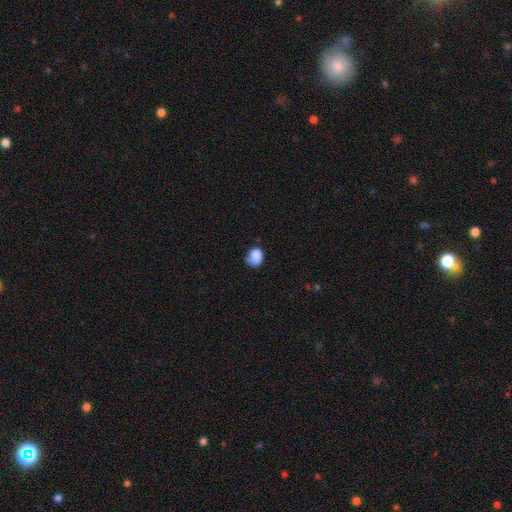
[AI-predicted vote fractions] Overall: smooth (86%). How rounded: in between (54%; round 45%). Merging: none (55%; minor disturbance 34%).